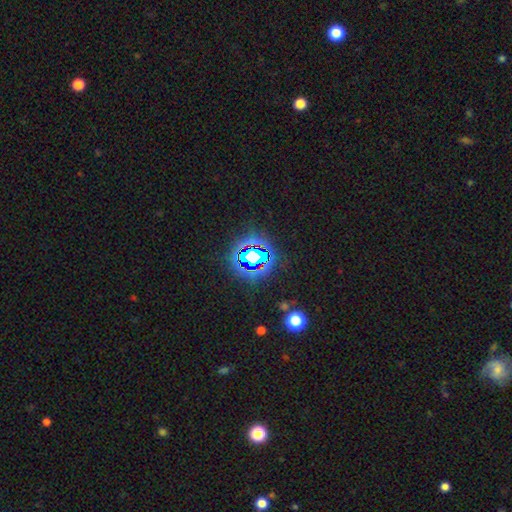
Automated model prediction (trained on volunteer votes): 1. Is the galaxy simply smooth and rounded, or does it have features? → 76% star or artifact, 14% smooth, 9% featured or disk.